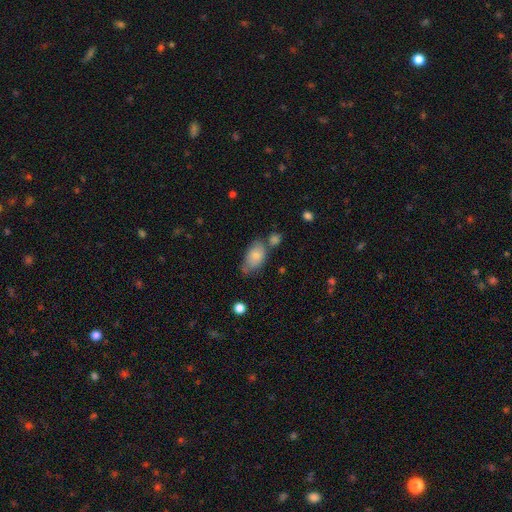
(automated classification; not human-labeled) smooth-or-featured: smooth: 78% | featured or disk: 15% | star or artifact: 7%
  how-rounded: in between: 90% | round: 8% | cigar-shaped: 2%
  merging: none: 48% | minor disturbance: 24% | merger: 20% | major disturbance: 8%